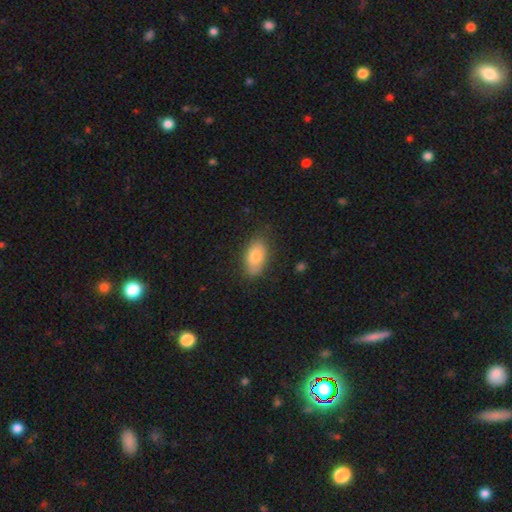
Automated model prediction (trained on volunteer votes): This appears to be a smooth galaxy with no disk features (77%) that is in between round and cigar-shaped (91%). Merging: none (80%).